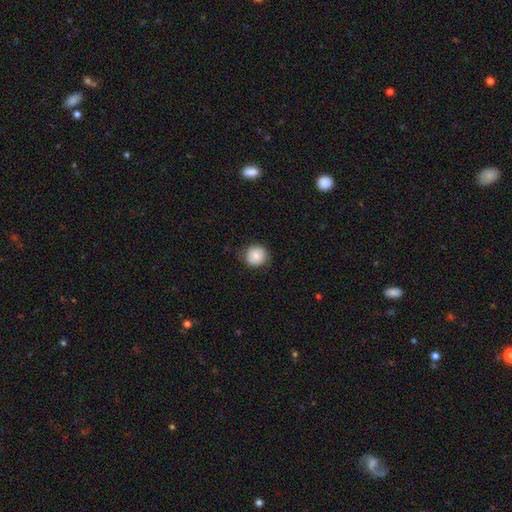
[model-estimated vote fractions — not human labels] Q: Smooth or featured?
A: smooth (81%); runner-up: featured or disk (12%)
Q: How rounded?
A: round (90%); runner-up: in between (9%)
Q: Merging?
A: none (78%); runner-up: minor disturbance (17%)